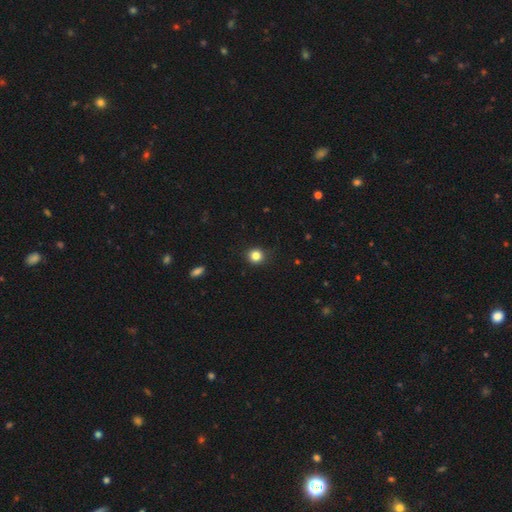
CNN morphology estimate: Overall: smooth (83%). How rounded: round (91%). Merging: none (89%).